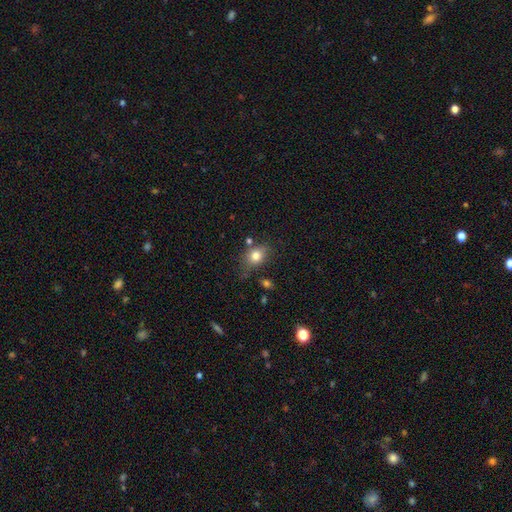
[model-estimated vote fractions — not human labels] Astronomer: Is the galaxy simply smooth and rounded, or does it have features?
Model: smooth — 79%.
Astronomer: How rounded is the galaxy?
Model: in between — 62% (runner-up: round, 37%).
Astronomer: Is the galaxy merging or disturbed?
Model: none — 65%.